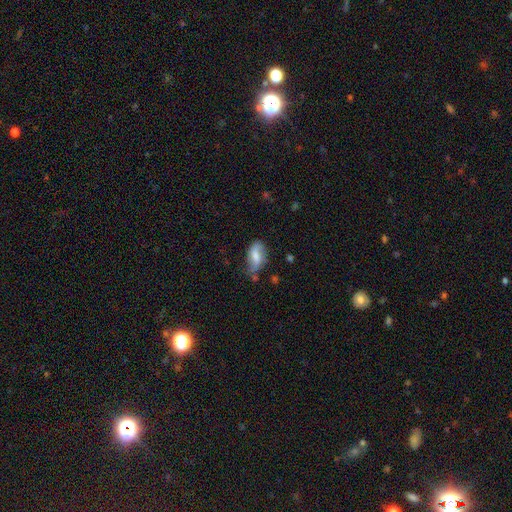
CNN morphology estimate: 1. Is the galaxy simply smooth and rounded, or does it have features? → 55% smooth, 38% featured or disk, 8% star or artifact.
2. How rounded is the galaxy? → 88% in between, 8% cigar-shaped, 4% round.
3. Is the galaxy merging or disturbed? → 58% none, 30% minor disturbance, 7% major disturbance, 4% merger.